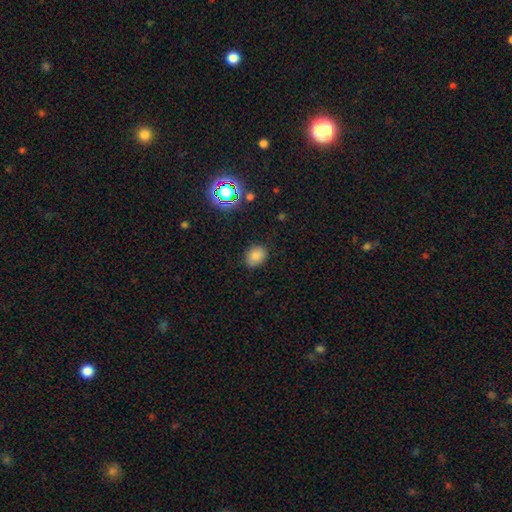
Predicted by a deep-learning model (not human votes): Morphology: type=smooth (81%); roundness=in between (55%); merging=none (84%).